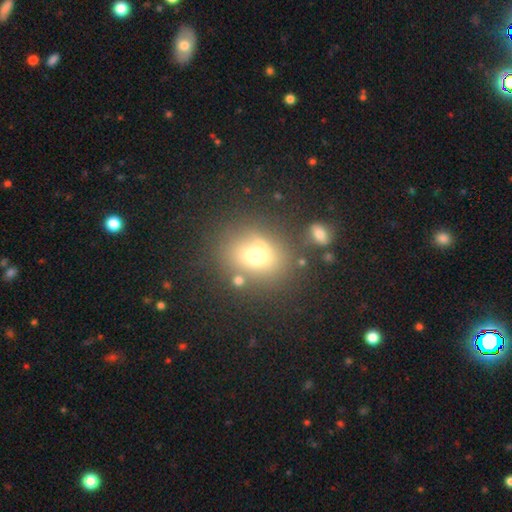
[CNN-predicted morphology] Overall: smooth (64%). How rounded: round (59%; in between 40%). Merging: none (61%).